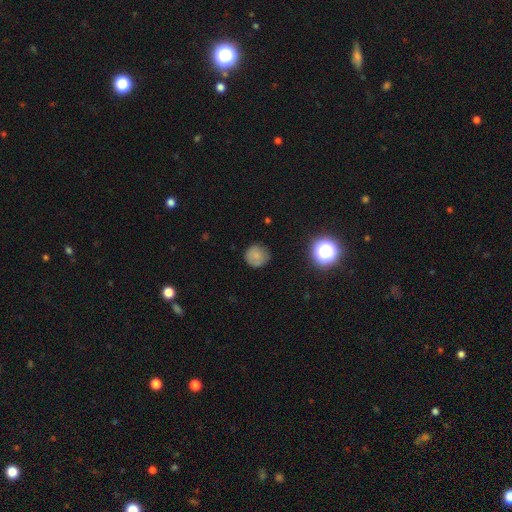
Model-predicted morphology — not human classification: smooth 78%, star or artifact 14%, featured or disk 9%. Down the decision tree: how rounded — round (93%); merging — none (82%).